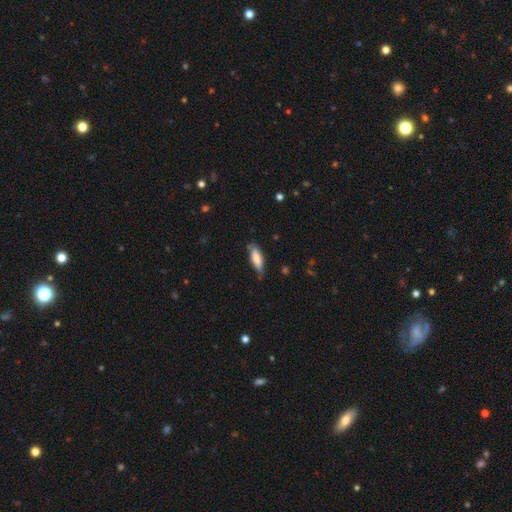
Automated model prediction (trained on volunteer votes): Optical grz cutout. It shows a smooth galaxy with no disk features (78%) that is cigar-shaped (53%). Merging: none (65%).